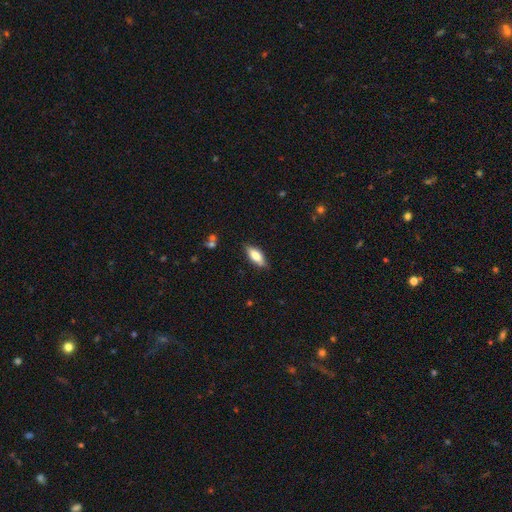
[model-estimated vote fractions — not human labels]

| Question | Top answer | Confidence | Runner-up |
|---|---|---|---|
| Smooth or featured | smooth | 72% | featured or disk (21%) |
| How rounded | in between | 74% | cigar-shaped (24%) |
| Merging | none | 83% | minor disturbance (13%) |